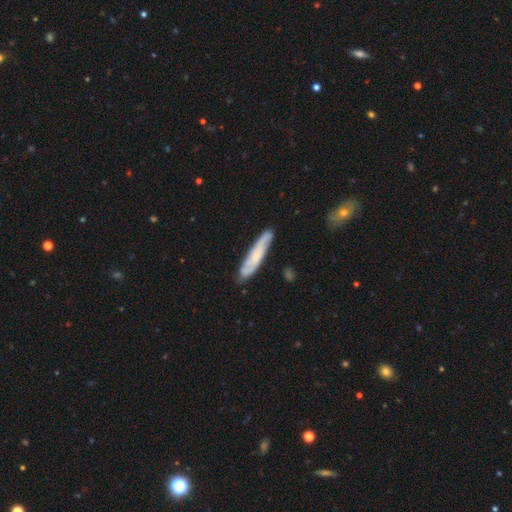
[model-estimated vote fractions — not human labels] Smooth or featured?
  - featured or disk: 47% *
  - smooth: 46%
  - star or artifact: 6%
Merging?
  - none: 79% *
  - minor disturbance: 15%
  - major disturbance: 3%
  - merger: 2%